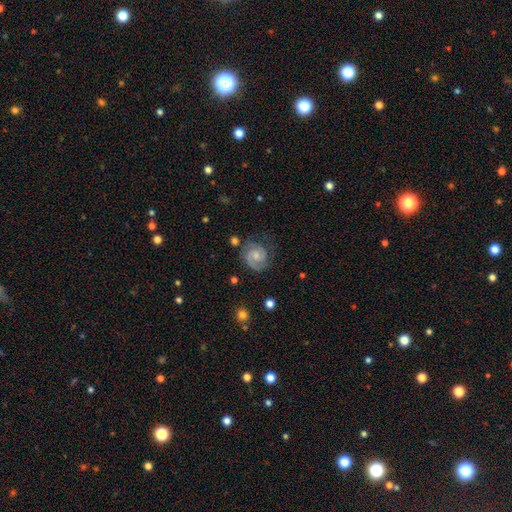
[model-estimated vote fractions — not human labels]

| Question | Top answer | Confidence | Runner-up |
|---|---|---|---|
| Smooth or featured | featured or disk | 75% | smooth (18%) |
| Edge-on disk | no | 98% | yes (2%) |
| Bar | no | 60% | weak (35%) |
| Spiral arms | yes | 95% | no (5%) |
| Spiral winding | tight | 56% | medium (35%) |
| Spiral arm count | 2 | 67% | can't tell (13%) |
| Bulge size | small | 48% | moderate (38%) |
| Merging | none | 67% | minor disturbance (20%) |